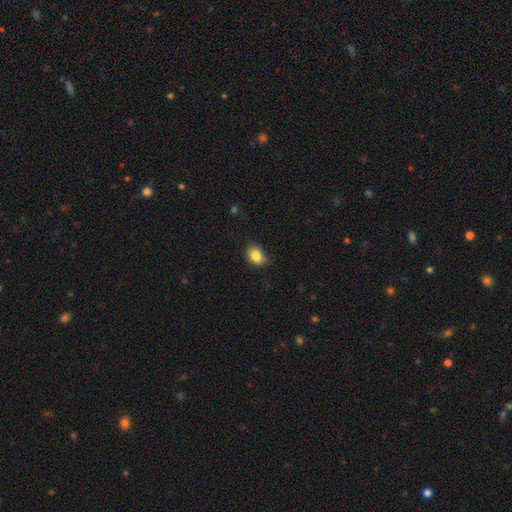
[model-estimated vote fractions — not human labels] Q: Smooth or featured?
A: smooth (84%); runner-up: star or artifact (9%)
Q: How rounded?
A: in between (63%); runner-up: round (36%)
Q: Merging?
A: none (71%); runner-up: minor disturbance (24%)